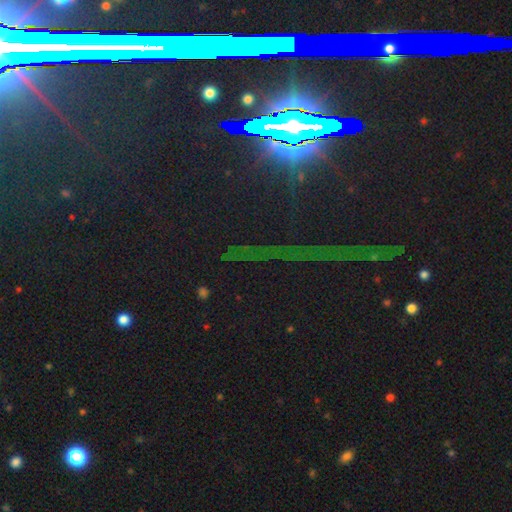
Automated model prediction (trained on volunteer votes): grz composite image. It shows a star or artifact, not a galaxy (79%).